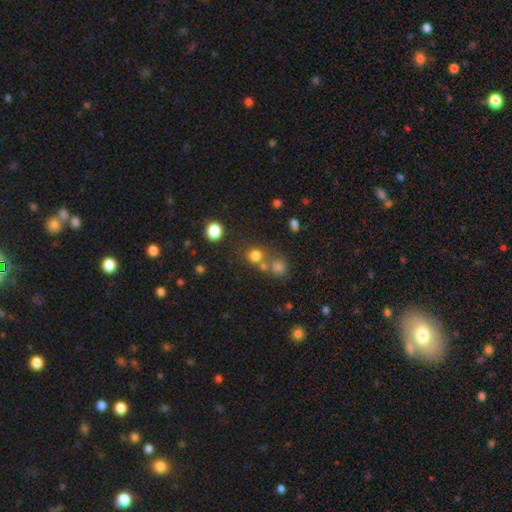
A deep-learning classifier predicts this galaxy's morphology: type=smooth (76%); roundness=round (86%); merging=none (61%).